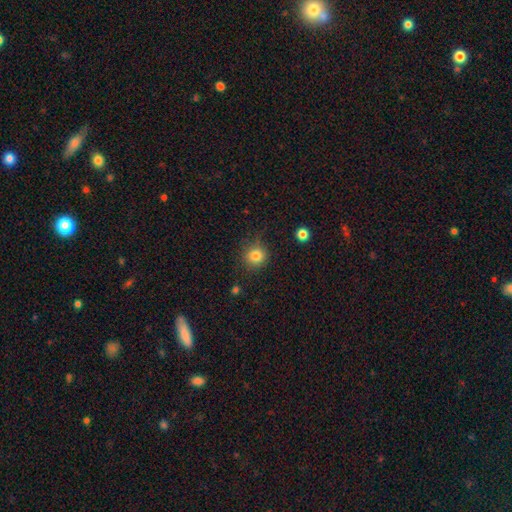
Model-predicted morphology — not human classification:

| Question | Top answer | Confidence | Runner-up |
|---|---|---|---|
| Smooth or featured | smooth | 82% | star or artifact (12%) |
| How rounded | round | 91% | in between (8%) |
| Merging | none | 84% | minor disturbance (11%) |